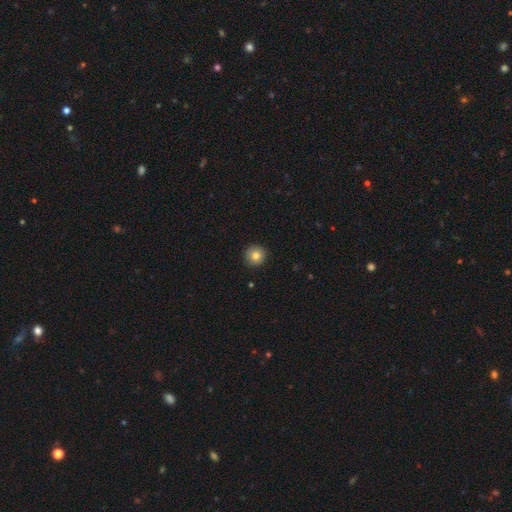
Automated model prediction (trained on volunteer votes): A smooth galaxy with no disk features (80%) that is round (96%).

Vote fractions:
- Smooth or featured? smooth: 80% / featured or disk: 10% / star or artifact: 9%
- How rounded? round: 96% / in between: 3% / cigar-shaped: 1%
- Merging? none: 92% / minor disturbance: 5% / major disturbance: 1% / merger: 1%